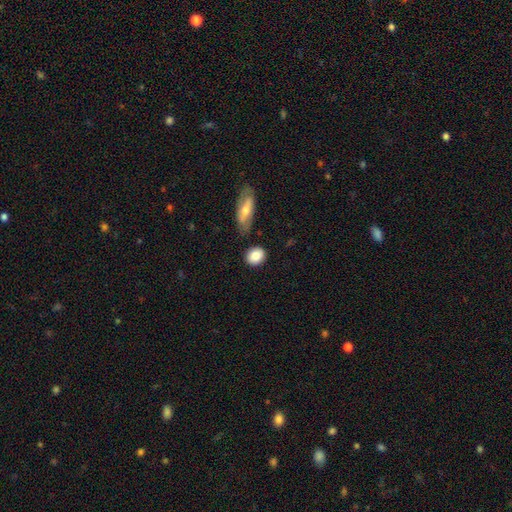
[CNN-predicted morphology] Smooth or featured? Predicted: smooth (p=0.83). How rounded? Predicted: round (p=0.63). Merging? Predicted: none (p=0.77).